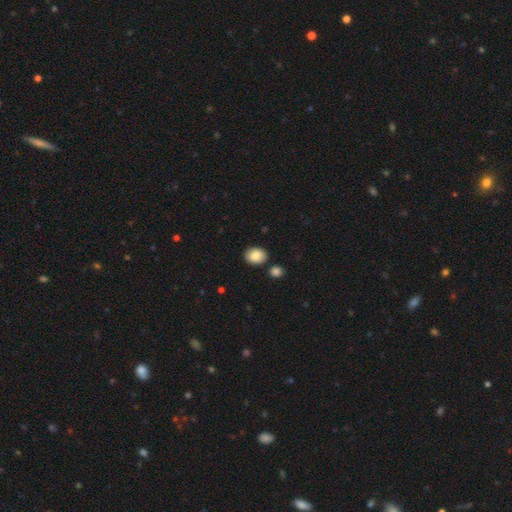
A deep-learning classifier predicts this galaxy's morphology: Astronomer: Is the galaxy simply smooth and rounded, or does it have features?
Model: smooth — 85%.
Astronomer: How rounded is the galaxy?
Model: in between — 60% (runner-up: round, 39%).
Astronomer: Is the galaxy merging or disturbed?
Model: none — 84%.